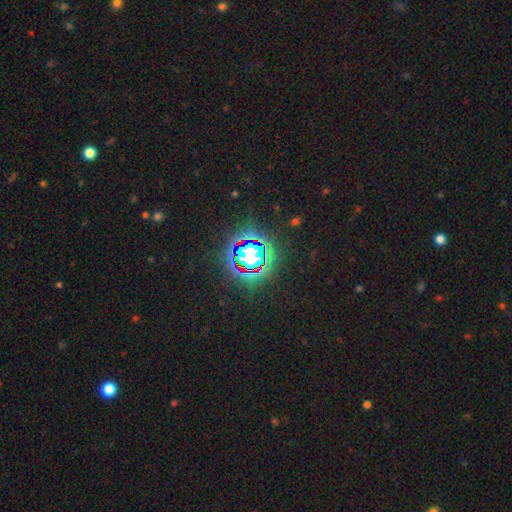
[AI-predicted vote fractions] Smooth or featured: star or artifact — 81% (smooth — 11%)